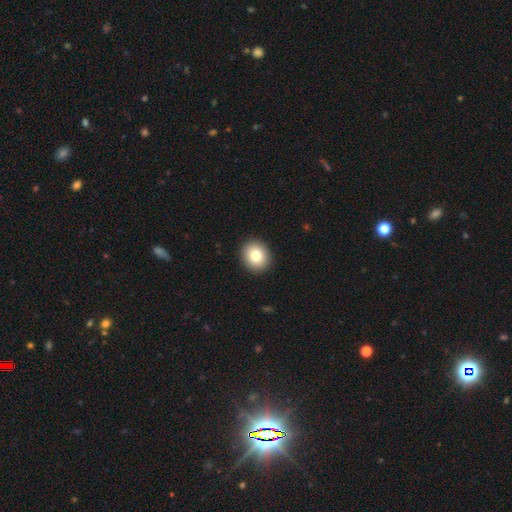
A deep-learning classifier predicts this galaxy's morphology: A smooth galaxy with no disk features (81%) that is round (77%).

Vote fractions:
- Smooth or featured? smooth: 81% / featured or disk: 10% / star or artifact: 9%
- How rounded? round: 77% / in between: 22% / cigar-shaped: 1%
- Merging? none: 92% / minor disturbance: 5% / major disturbance: 2% / merger: 1%